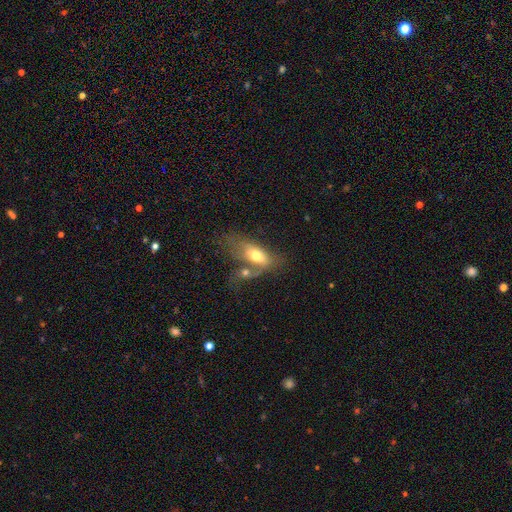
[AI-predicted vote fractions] smooth_or_featured: smooth (p=0.59) [alt: featured or disk p=0.33]
how_rounded: in between (p=0.82) [alt: cigar-shaped p=0.13]
merging: merger (p=0.48) [alt: none p=0.22]